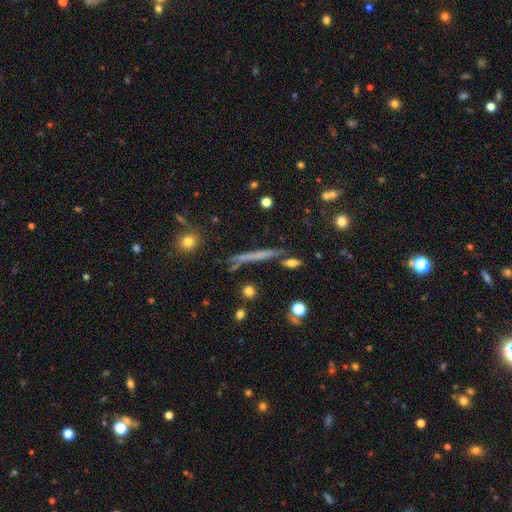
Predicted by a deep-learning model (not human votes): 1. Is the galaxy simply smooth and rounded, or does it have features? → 47% featured or disk, 43% smooth, 10% star or artifact.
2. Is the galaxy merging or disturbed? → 83% none, 11% minor disturbance, 4% merger, 3% major disturbance.